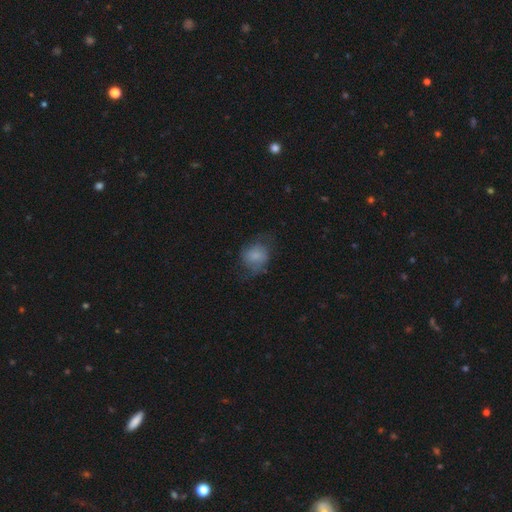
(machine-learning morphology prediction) smooth 64%, featured or disk 27%, star or artifact 9%. Down the decision tree: how rounded — round (60%); merging — none (53%).